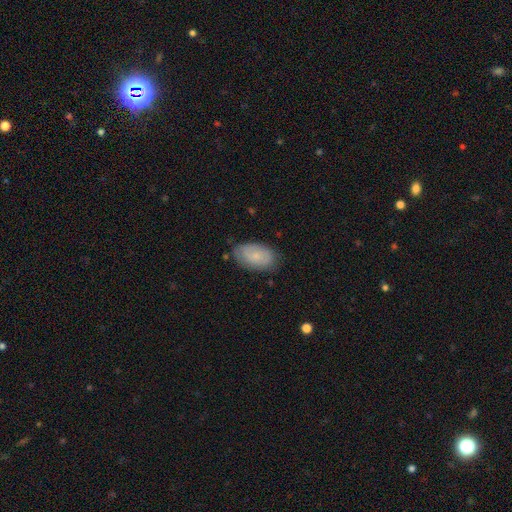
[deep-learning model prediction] Smooth or featured? smooth (69%)
How rounded? in between (93%)
Merging? none (72%)